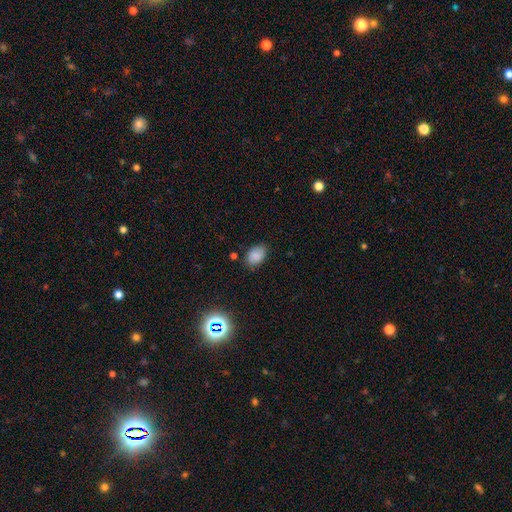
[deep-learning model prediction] A smooth galaxy with no disk features (84%) that is in between round and cigar-shaped (84%). Merging: none (77%).